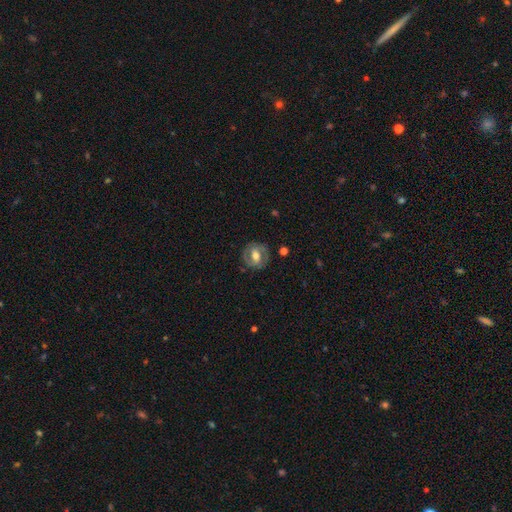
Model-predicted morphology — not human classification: A featured or disk galaxy (66%) with a weak bar (45%), spiral arms (72%) and a moderate central bulge (69%). Merging: none (82%).